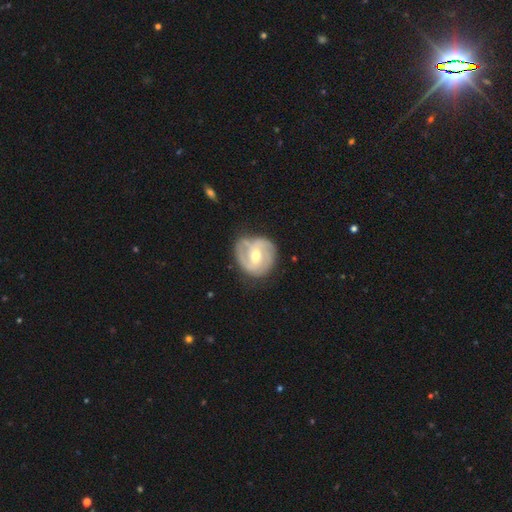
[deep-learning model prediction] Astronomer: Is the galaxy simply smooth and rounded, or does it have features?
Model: featured or disk — 79%.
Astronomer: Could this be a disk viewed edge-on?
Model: no — 98%.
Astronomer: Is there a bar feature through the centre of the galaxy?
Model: weak — 48% (runner-up: no, 30%).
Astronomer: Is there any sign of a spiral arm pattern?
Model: yes — 92%.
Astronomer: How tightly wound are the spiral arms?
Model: tight — 46% (runner-up: medium, 41%).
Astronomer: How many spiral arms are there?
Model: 2 — 53%.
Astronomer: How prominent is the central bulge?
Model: moderate — 65%.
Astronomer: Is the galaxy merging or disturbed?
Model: none — 70%.